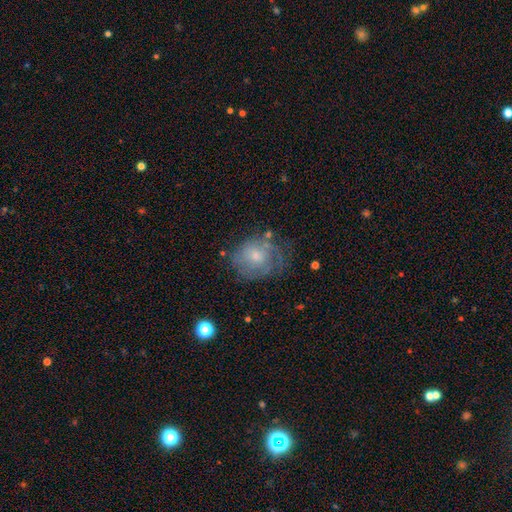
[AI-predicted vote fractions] Morphology: type=smooth (47%); merging=none (50%).